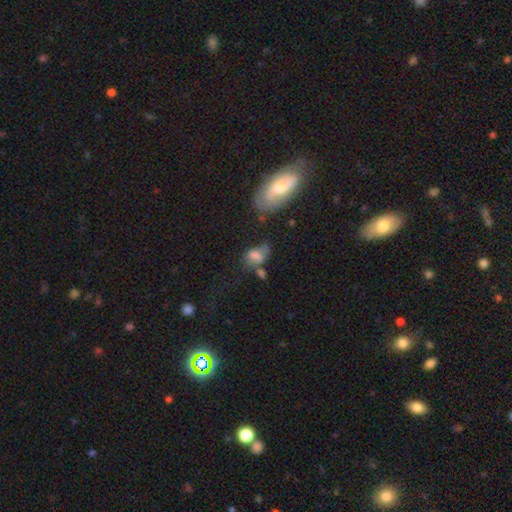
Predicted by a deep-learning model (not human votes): This appears to be a smooth galaxy with no disk features (61%) that is in between round and cigar-shaped (83%). Merging: none (32%).